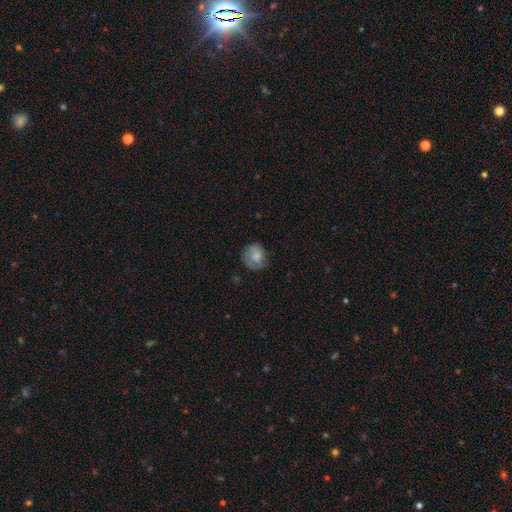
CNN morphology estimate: smooth-or-featured: smooth: 70% | featured or disk: 22% | star or artifact: 8%
  how-rounded: round: 76% | in between: 23% | cigar-shaped: 1%
  merging: none: 64% | minor disturbance: 25% | major disturbance: 9% | merger: 1%